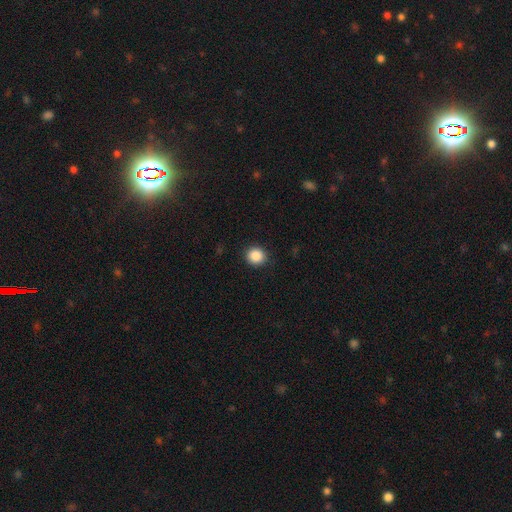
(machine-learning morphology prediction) Smooth or featured: smooth — 88% (star or artifact — 10%)
How rounded: round — 89% (in between — 10%)
Merging: none — 91% (minor disturbance — 6%)